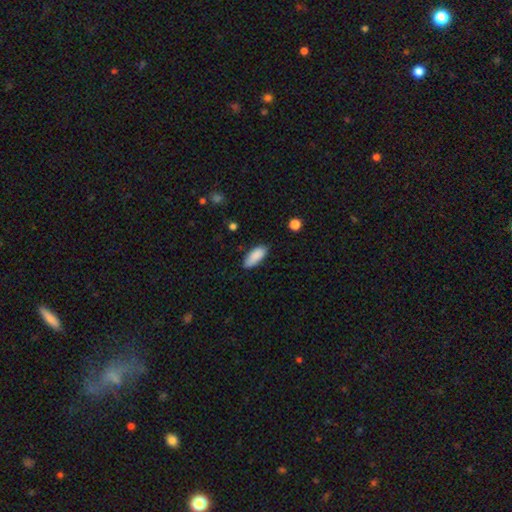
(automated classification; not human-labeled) Overall: smooth (88%). How rounded: in between (81%). Merging: none (77%).